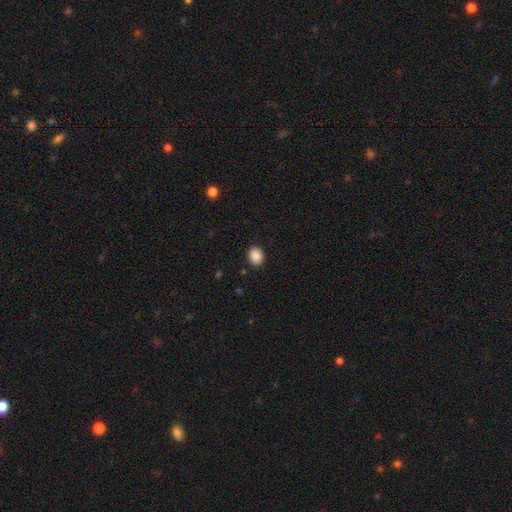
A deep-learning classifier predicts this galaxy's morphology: smooth 89%, star or artifact 8%, featured or disk 3%. Down the decision tree: how rounded — in between (54%); merging — none (90%).